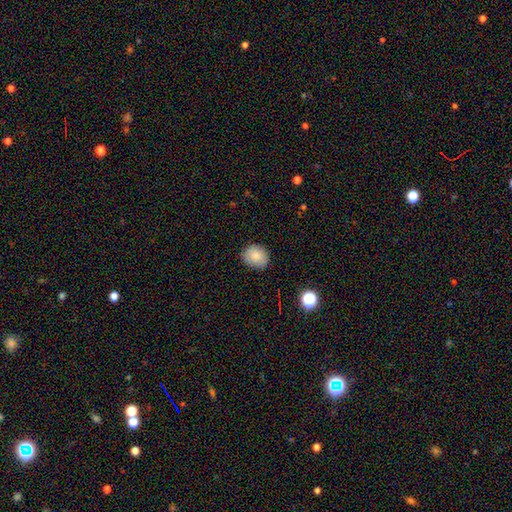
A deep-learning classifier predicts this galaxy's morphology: A smooth galaxy with no disk features (83%) that is round (54%). Merging: none (84%).